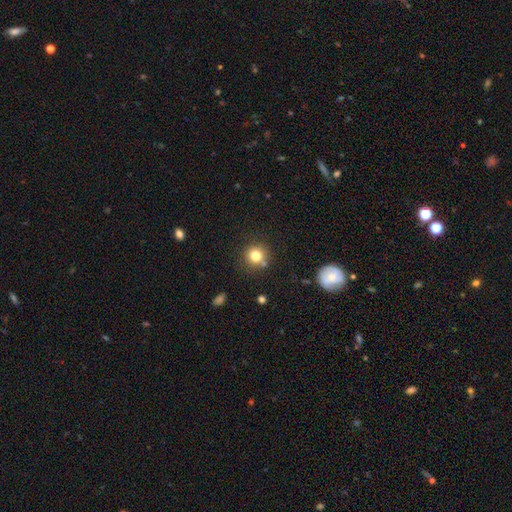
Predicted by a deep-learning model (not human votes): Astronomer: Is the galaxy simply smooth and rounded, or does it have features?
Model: smooth — 79%.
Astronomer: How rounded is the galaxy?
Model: round — 91%.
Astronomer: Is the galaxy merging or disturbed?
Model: none — 77%.